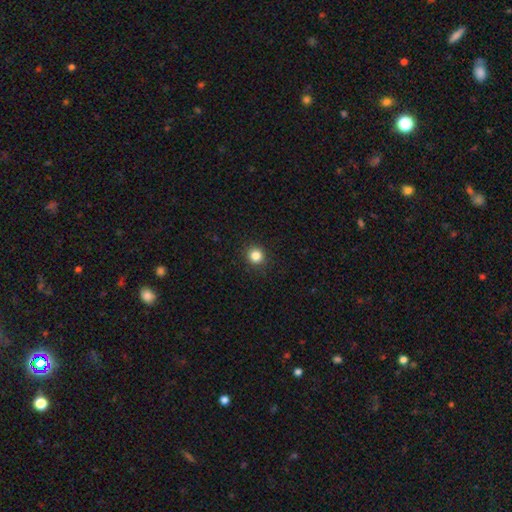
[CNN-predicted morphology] Overall: smooth (84%). How rounded: round (92%). Merging: none (92%).